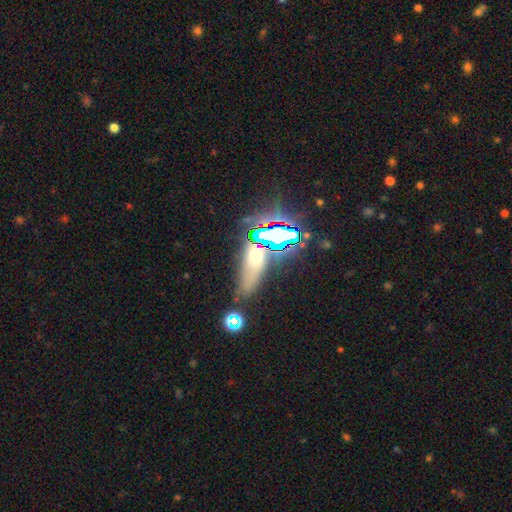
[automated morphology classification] This is marginally a star or artifact rather than a galaxy (45%).